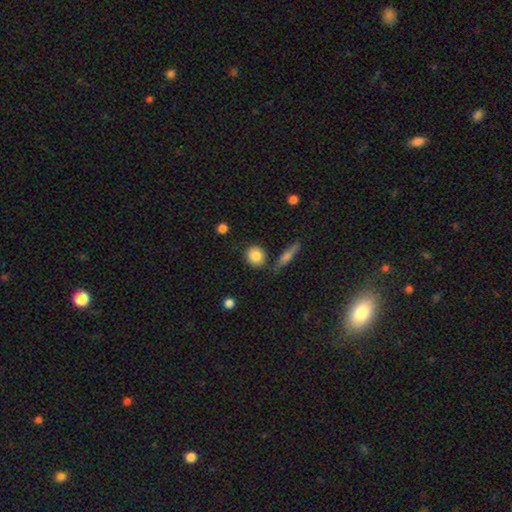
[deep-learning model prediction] This is clearly a smooth galaxy (85%). How rounded: likely round (74%). Merging: likely none (79%).